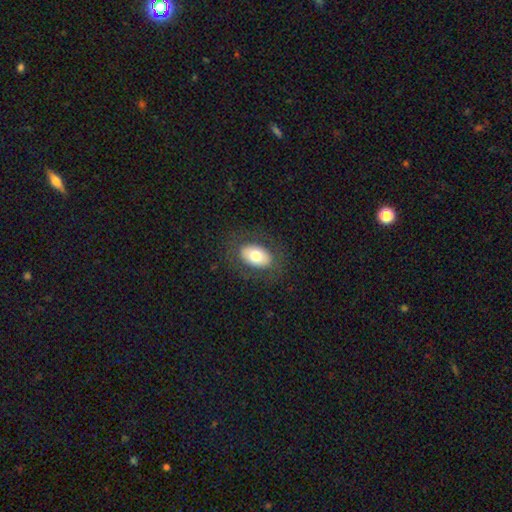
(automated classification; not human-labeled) A smooth galaxy with no disk features (72%) that is in between round and cigar-shaped (87%).

Vote fractions:
- Smooth or featured? smooth: 72% / featured or disk: 20% / star or artifact: 8%
- How rounded? in between: 87% / round: 12% / cigar-shaped: 1%
- Merging? none: 82% / minor disturbance: 11% / major disturbance: 6% / merger: 1%